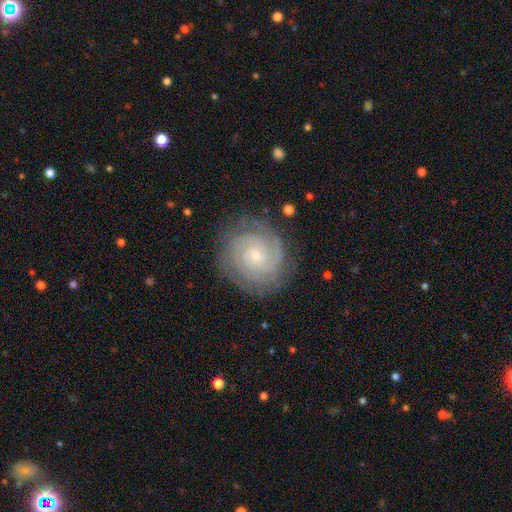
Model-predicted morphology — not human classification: smooth_or_featured: featured or disk (p=0.87) [alt: smooth p=0.08]
disk_edge_on: no (p=0.98) [alt: yes p=0.02]
bar: no (p=0.70) [alt: weak p=0.24]
has_spiral_arms: yes (p=0.98) [alt: no p=0.02]
spiral_winding: tight (p=0.82) [alt: medium p=0.15]
spiral_arm_count: 2 (p=0.35) [alt: 3 p=0.23]
bulge_size: small (p=0.78) [alt: moderate p=0.18]
merging: none (p=0.82) [alt: minor disturbance p=0.13]